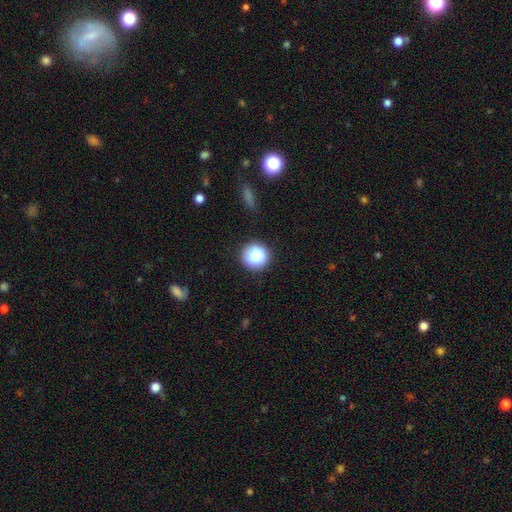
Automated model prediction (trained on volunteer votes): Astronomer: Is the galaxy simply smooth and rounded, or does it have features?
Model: smooth — 86%.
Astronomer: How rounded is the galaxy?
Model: round — 94%.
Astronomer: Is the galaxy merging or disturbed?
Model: none — 90%.